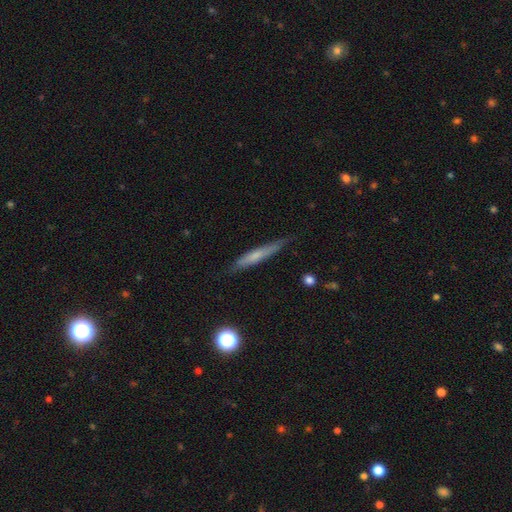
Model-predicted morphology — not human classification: Q: Smooth or featured?
A: smooth (56%); runner-up: featured or disk (37%)
Q: How rounded?
A: cigar-shaped (92%); runner-up: in between (6%)
Q: Merging?
A: none (78%); runner-up: minor disturbance (17%)